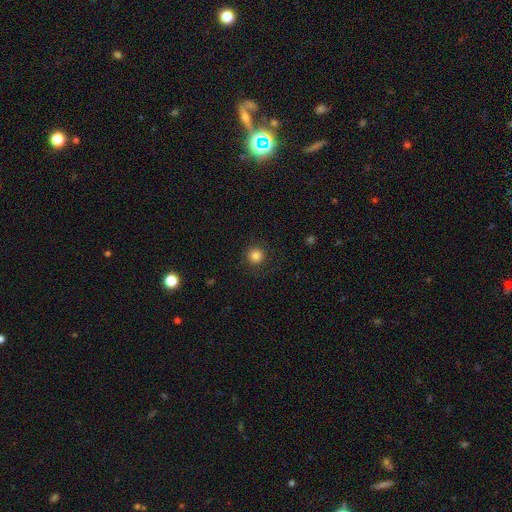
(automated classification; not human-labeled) Overall: smooth (84%). How rounded: round (95%). Merging: none (87%).